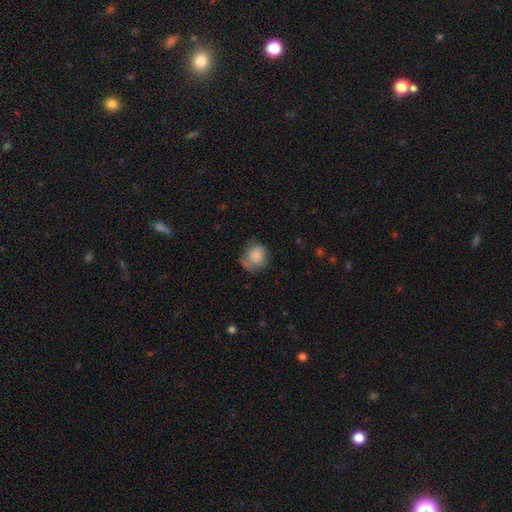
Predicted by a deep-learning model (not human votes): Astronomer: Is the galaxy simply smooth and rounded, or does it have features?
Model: smooth — 79%.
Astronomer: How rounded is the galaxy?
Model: round — 75%.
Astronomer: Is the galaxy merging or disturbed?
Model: none — 51% (runner-up: minor disturbance, 31%).